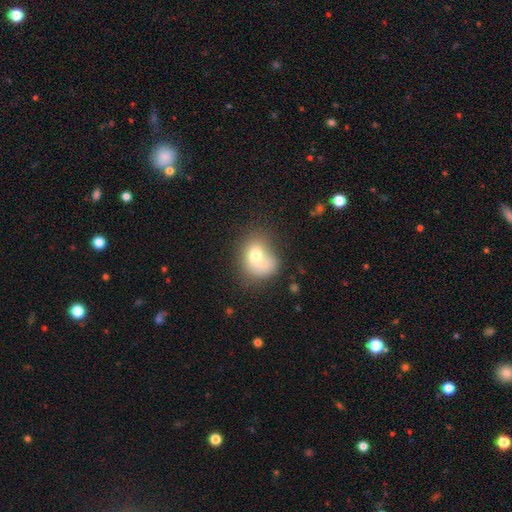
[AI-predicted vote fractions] Morphology: type=smooth (70%); roundness=in between (51%); merging=merger (32%).